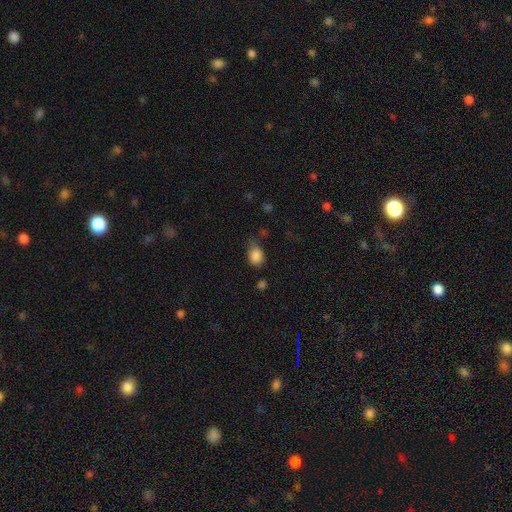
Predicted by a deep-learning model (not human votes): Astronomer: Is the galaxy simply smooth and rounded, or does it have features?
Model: smooth — 85%.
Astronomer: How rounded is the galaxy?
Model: in between — 60% (runner-up: round, 39%).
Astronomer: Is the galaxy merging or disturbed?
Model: none — 50% (runner-up: minor disturbance, 36%).